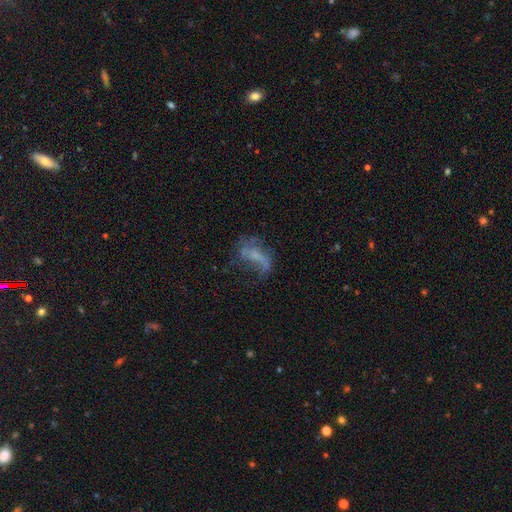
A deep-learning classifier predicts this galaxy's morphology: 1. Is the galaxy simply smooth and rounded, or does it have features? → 64% featured or disk, 22% smooth, 14% star or artifact.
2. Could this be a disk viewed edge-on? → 96% no, 4% yes.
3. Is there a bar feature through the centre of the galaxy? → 54% no, 34% weak, 13% strong.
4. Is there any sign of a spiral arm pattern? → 65% yes, 35% no.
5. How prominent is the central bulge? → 50% none, 34% small, 13% moderate, 2% large, 1% dominant.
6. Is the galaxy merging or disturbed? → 39% none, 36% major disturbance, 19% minor disturbance, 5% merger.